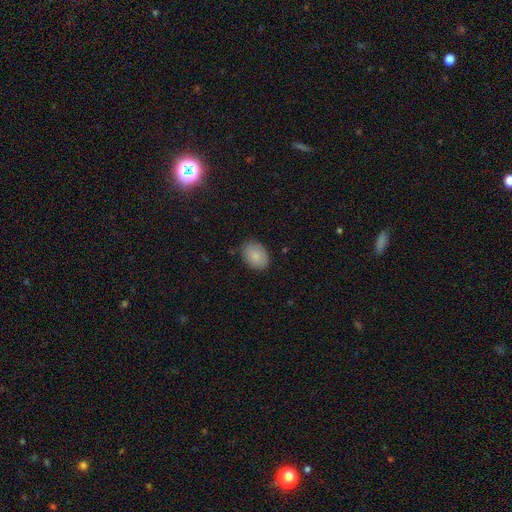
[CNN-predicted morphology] Q: Smooth or featured?
A: smooth (86%); runner-up: featured or disk (7%)
Q: How rounded?
A: in between (74%); runner-up: round (25%)
Q: Merging?
A: none (82%); runner-up: minor disturbance (14%)